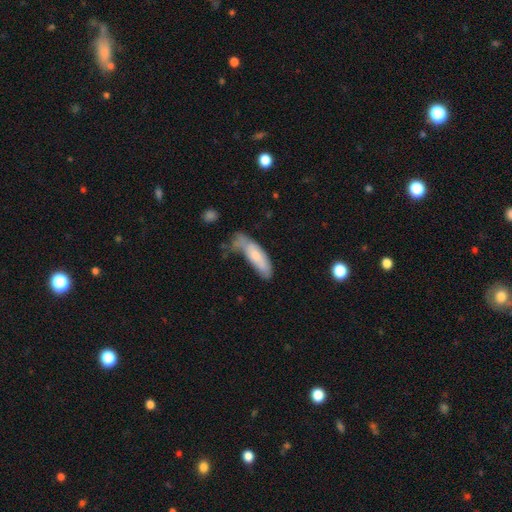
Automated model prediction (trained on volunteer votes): Smooth or featured?
  - smooth: 72% *
  - featured or disk: 22%
  - star or artifact: 7%
How rounded?
  - in between: 51% *
  - cigar-shaped: 47%
  - round: 2%
Merging?
  - minor disturbance: 33% *
  - none: 30%
  - major disturbance: 26%
  - merger: 12%